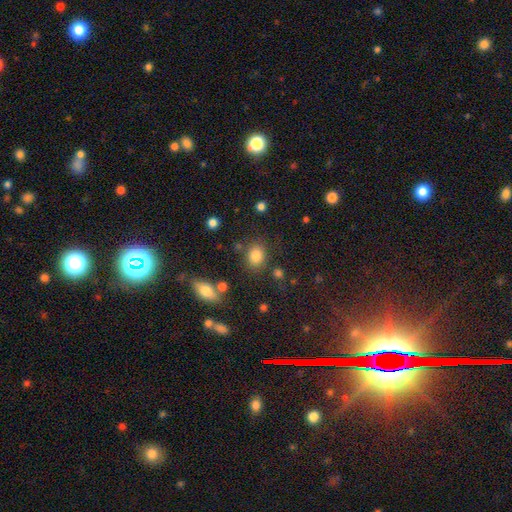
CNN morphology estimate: This appears to be a smooth galaxy with no disk features (82%) that is in between round and cigar-shaped (51%). Merging: none (76%).